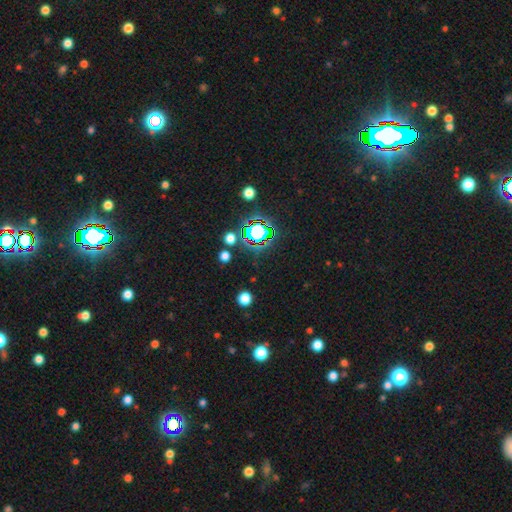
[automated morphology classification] star or artifact 80%, smooth 12%, featured or disk 8%.